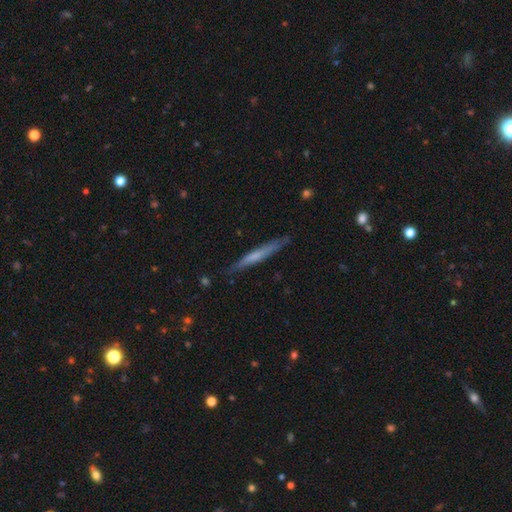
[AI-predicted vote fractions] Smooth or featured?
  - smooth: 51% *
  - featured or disk: 43%
  - star or artifact: 6%
How rounded?
  - cigar-shaped: 95% *
  - in between: 3%
  - round: 1%
Merging?
  - none: 85% *
  - minor disturbance: 12%
  - major disturbance: 2%
  - merger: 1%